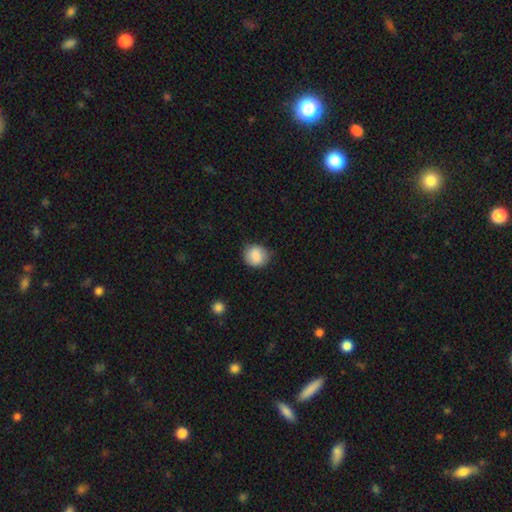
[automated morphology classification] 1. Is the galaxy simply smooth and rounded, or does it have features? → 86% smooth, 8% star or artifact, 6% featured or disk.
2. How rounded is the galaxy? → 75% round, 24% in between, 1% cigar-shaped.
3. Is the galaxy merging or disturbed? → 81% none, 14% minor disturbance, 3% major disturbance, 1% merger.